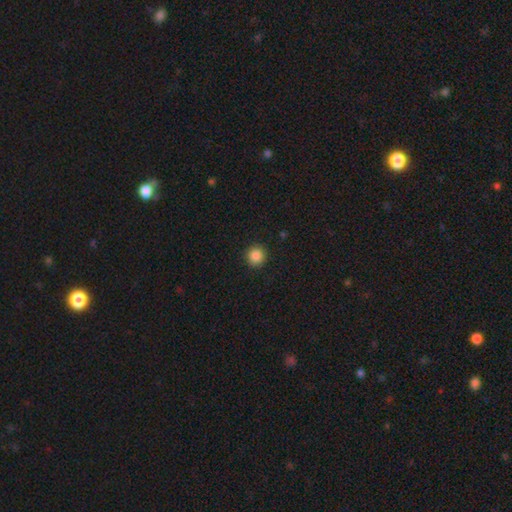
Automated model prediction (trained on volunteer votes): smooth 87%, star or artifact 10%, featured or disk 3%. Down the decision tree: how rounded — round (92%); merging — none (92%).